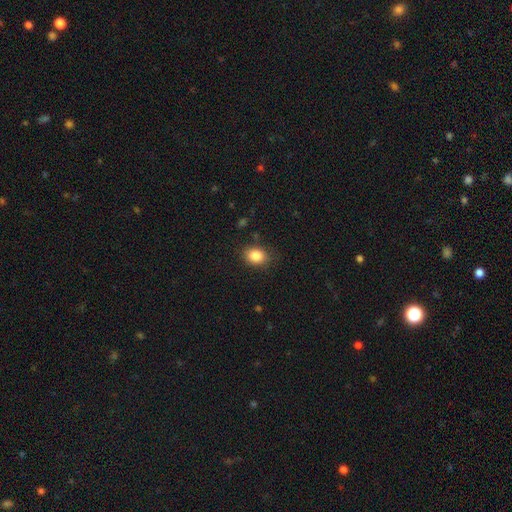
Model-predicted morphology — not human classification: Overall: smooth (86%). How rounded: in between (65%; round 34%). Merging: none (83%).